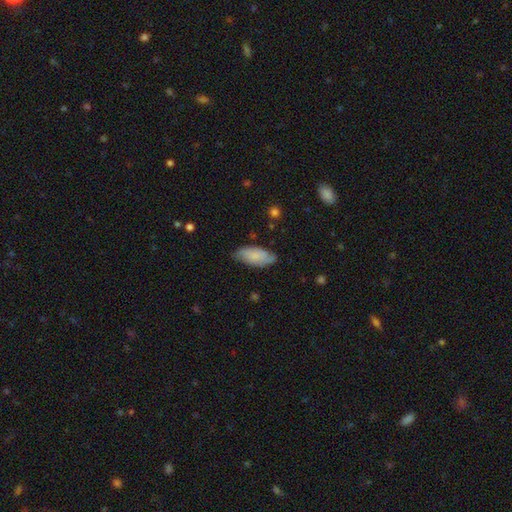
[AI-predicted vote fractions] A smooth galaxy with no disk features (56%) that is in between round and cigar-shaped (87%). Merging: none (70%).